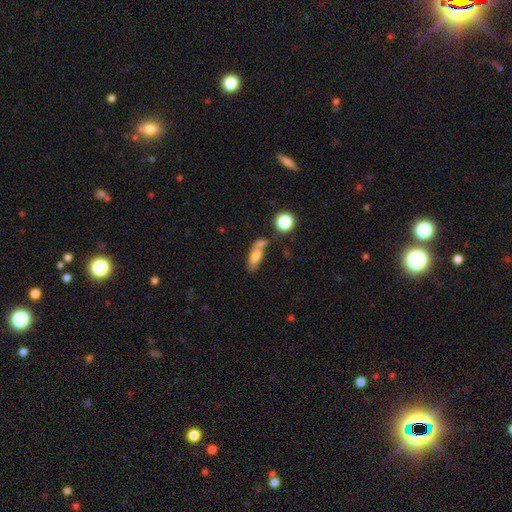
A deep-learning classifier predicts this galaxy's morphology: Smooth or featured? Predicted: smooth (p=0.72). How rounded? Predicted: in between (p=0.65). Merging? Predicted: none (p=0.43).